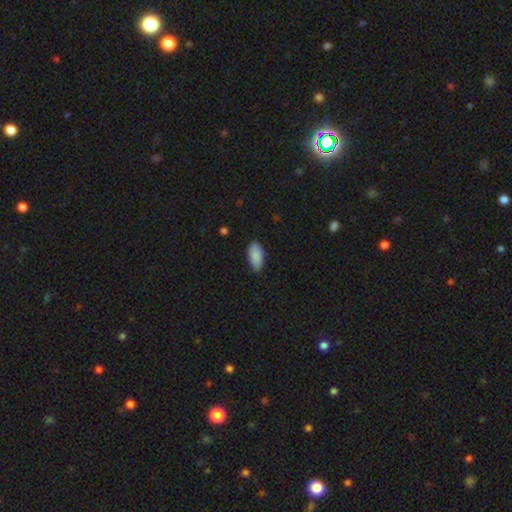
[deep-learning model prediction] Smooth or featured? smooth (88%)
How rounded? in between (93%)
Merging? none (83%)